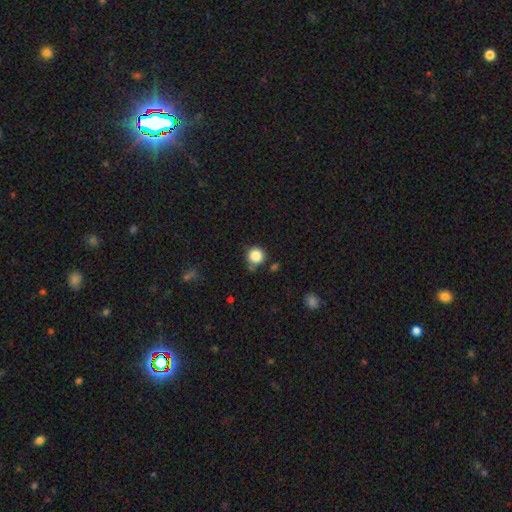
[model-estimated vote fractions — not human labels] A smooth galaxy with no disk features (86%) that is round (93%). Merging: none (72%).